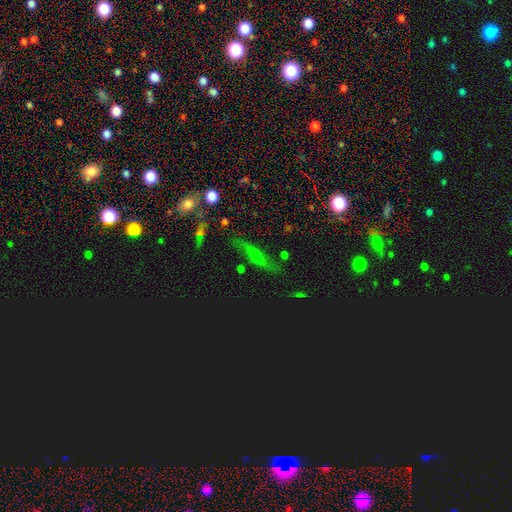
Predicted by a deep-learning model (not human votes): Morphology: type=smooth (41%); merging=none (67%).